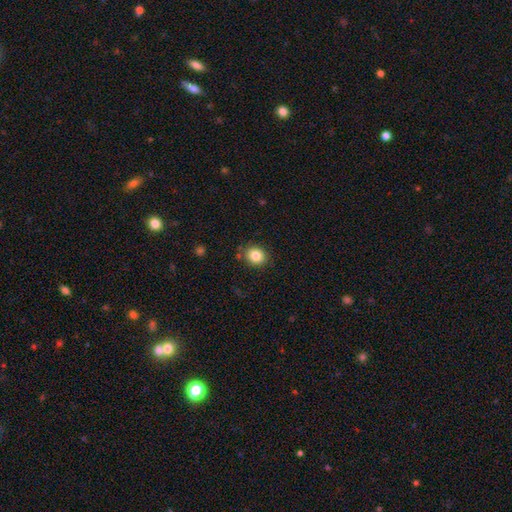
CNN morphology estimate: smooth 83%, star or artifact 10%, featured or disk 7%. Down the decision tree: how rounded — round (69%); merging — none (85%).